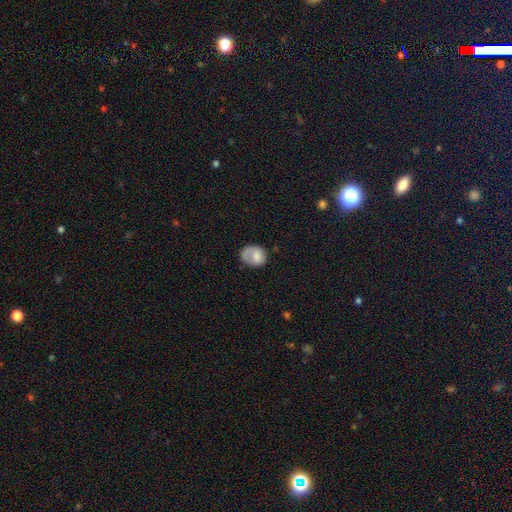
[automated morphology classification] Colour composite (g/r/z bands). It shows a smooth galaxy with no disk features (72%) that is round (52%). Merging: none (46%).